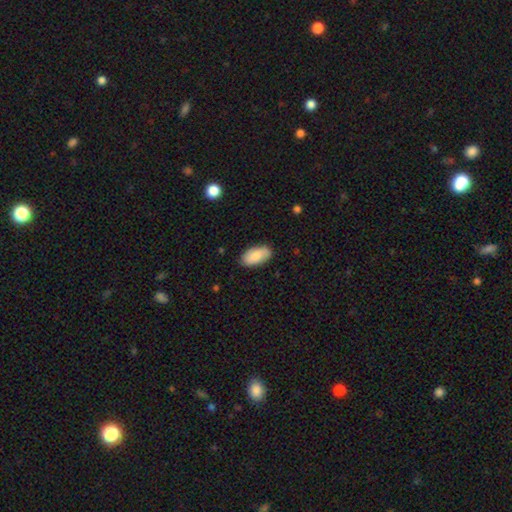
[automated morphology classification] This is clearly a smooth galaxy (85%). How rounded: clearly in between (94%). Merging: clearly none (86%).